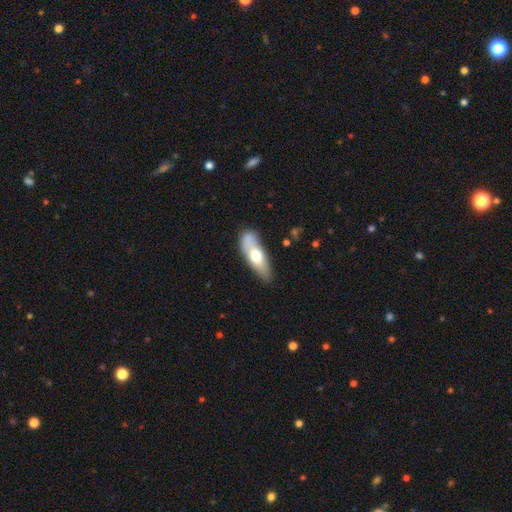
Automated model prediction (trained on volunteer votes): This appears to be a smooth galaxy with no disk features (61%) that is in between round and cigar-shaped (57%). Merging: none (58%).